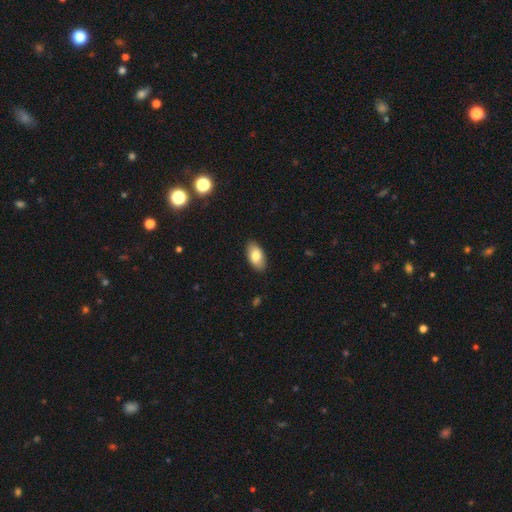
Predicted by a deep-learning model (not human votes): This is clearly a smooth galaxy (80%). How rounded: clearly in between (94%). Merging: clearly none (88%).